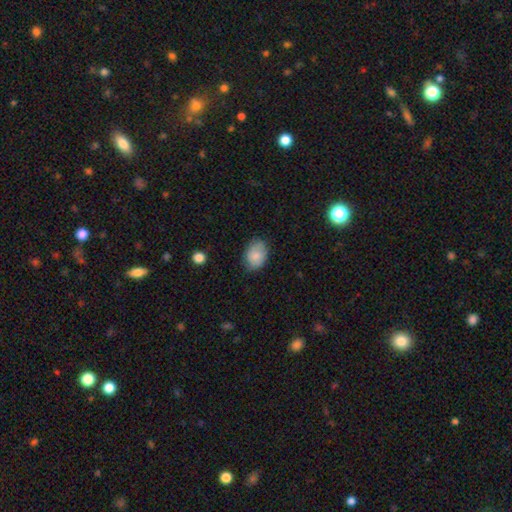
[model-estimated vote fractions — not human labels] Smooth or featured? smooth (83%)
How rounded? in between (71%)
Merging? none (75%)